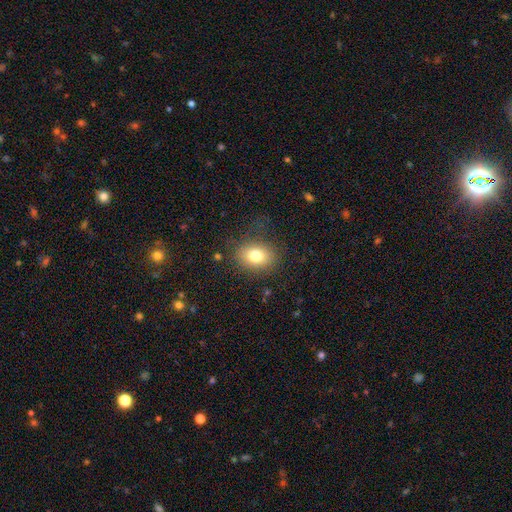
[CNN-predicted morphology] This appears to be a smooth galaxy with no disk features (78%) that is in between round and cigar-shaped (63%). Merging: none (78%).